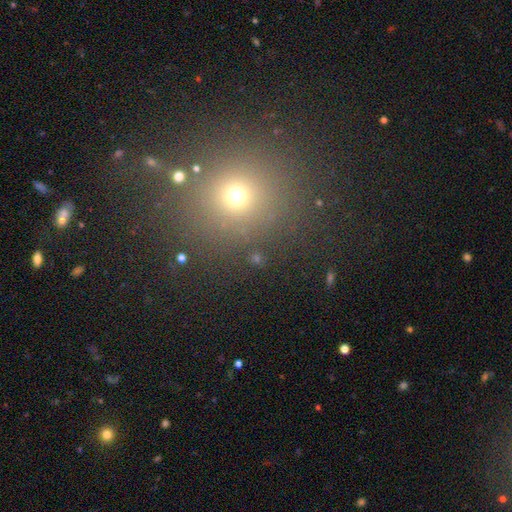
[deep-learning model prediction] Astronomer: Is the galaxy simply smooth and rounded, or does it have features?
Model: smooth — 55% (runner-up: star or artifact, 36%).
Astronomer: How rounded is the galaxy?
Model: round — 85%.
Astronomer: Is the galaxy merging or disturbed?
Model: none — 84%.